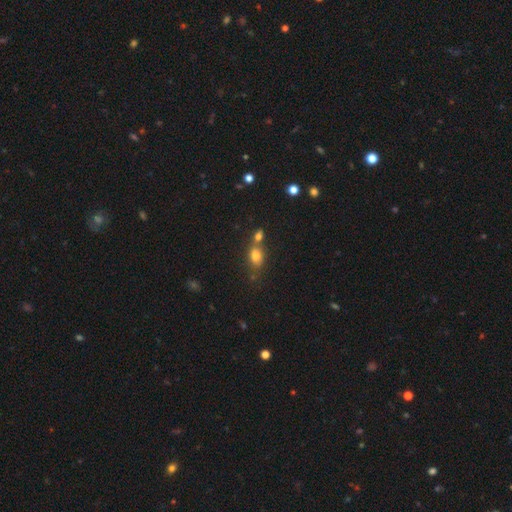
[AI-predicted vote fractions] Smooth or featured? Predicted: smooth (p=0.77). How rounded? Predicted: in between (p=0.74). Merging? Predicted: none (p=0.43).